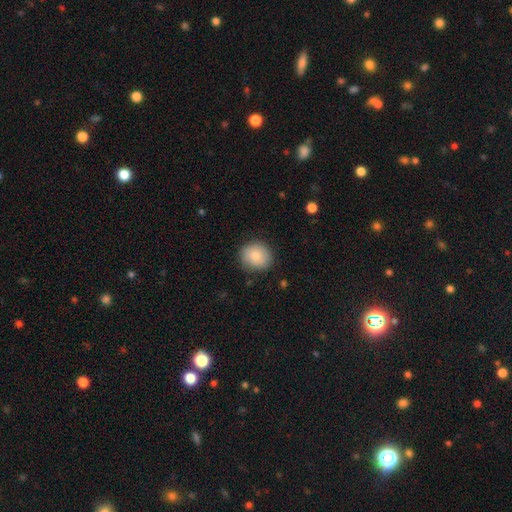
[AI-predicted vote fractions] Smooth or featured?
  - smooth: 82% *
  - featured or disk: 10%
  - star or artifact: 7%
How rounded?
  - round: 83% *
  - in between: 16%
  - cigar-shaped: 1%
Merging?
  - none: 84% *
  - minor disturbance: 12%
  - major disturbance: 3%
  - merger: 1%